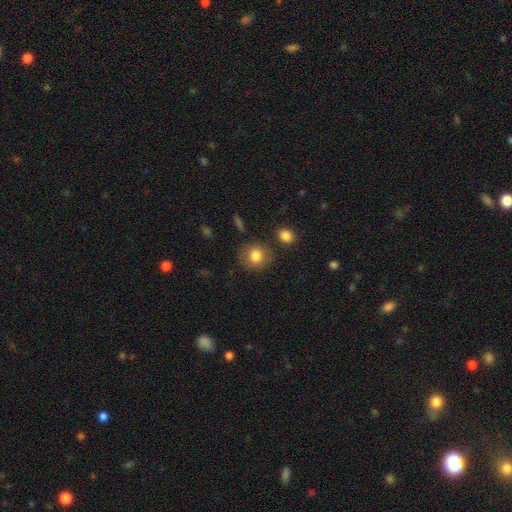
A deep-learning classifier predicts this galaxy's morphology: smooth 82%, featured or disk 9%, star or artifact 9%. Down the decision tree: how rounded — round (85%); merging — none (83%).